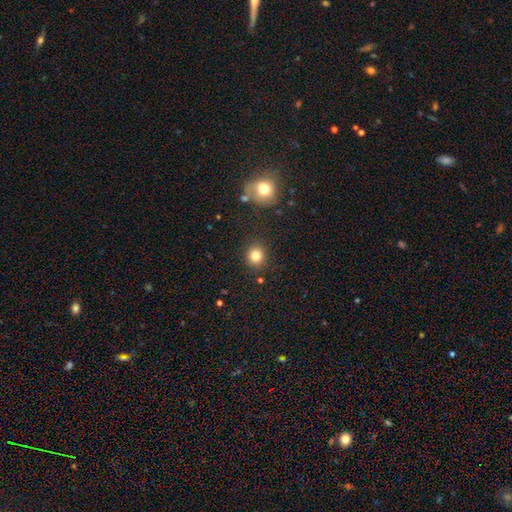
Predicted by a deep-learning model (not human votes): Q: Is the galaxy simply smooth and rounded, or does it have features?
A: smooth — 82%.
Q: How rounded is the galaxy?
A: round — 86%.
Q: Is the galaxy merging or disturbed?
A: none — 87%.